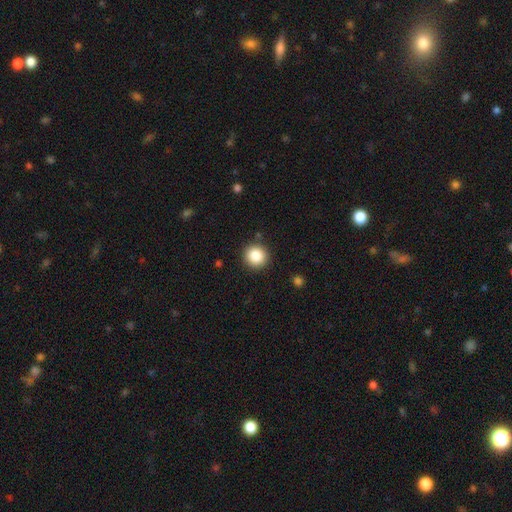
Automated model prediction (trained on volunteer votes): The model was most divided on "smooth or featured": smooth: 86%, star or artifact: 10%, featured or disk: 5%. More confident: how rounded — round (94%); merging — none (90%).